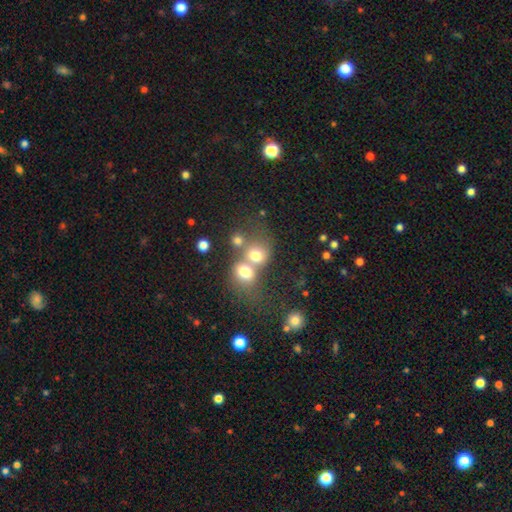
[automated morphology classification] Q: Smooth or featured?
A: smooth (69%); runner-up: featured or disk (16%)
Q: How rounded?
A: round (66%); runner-up: in between (33%)
Q: Merging?
A: merger (58%); runner-up: none (28%)